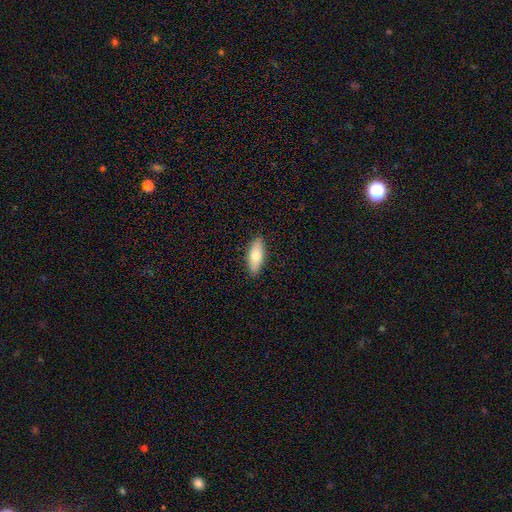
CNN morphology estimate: The model was most divided on "how rounded": in between: 71%, cigar-shaped: 27%, round: 2%. More confident: merging — none (89%); smooth or featured — smooth (72%).